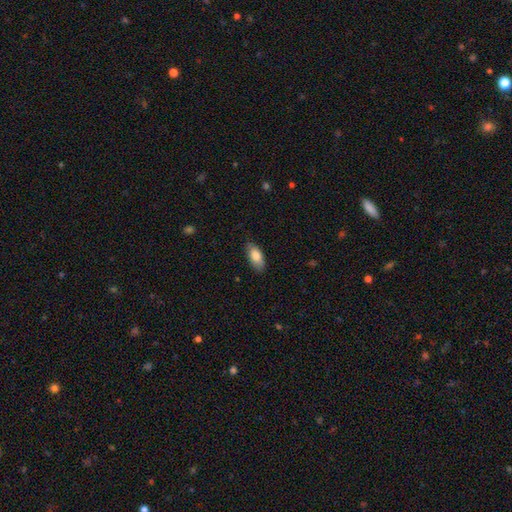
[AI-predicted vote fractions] Smooth or featured? Predicted: smooth (p=0.82). How rounded? Predicted: in between (p=0.89). Merging? Predicted: none (p=0.79).